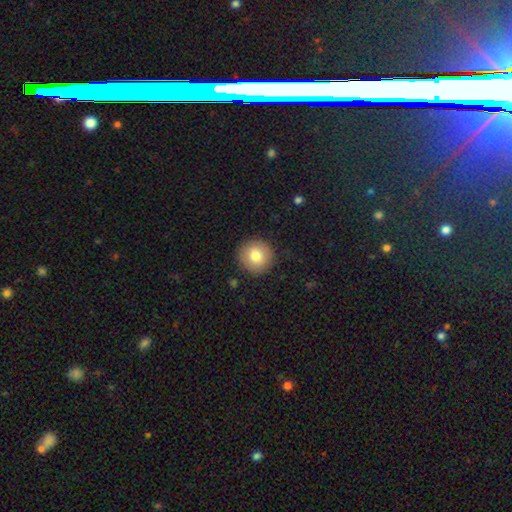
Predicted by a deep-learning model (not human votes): This is likely a smooth galaxy (79%). How rounded: clearly round (93%). Merging: clearly none (90%).